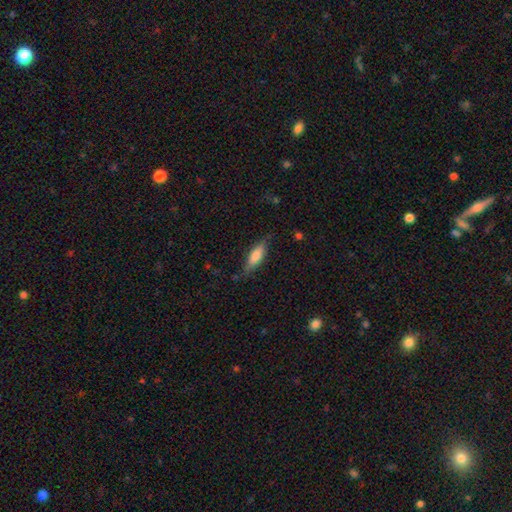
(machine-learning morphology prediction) This appears to be a smooth galaxy with no disk features (65%) that is cigar-shaped (55%). Merging: none (74%).